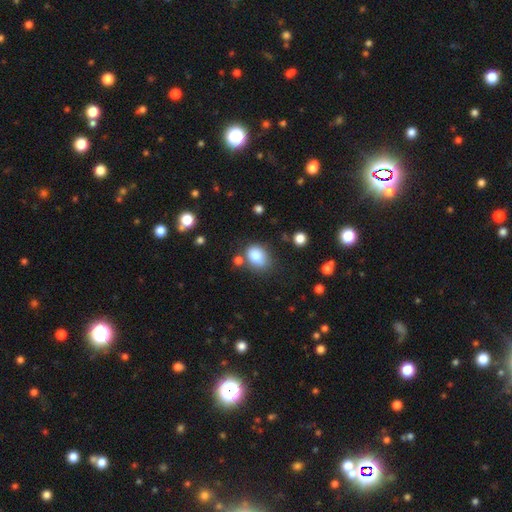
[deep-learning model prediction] smooth-or-featured: smooth: 83% | star or artifact: 10% | featured or disk: 8%
  how-rounded: in between: 57% | round: 42% | cigar-shaped: 1%
  merging: none: 61% | minor disturbance: 21% | merger: 11% | major disturbance: 7%